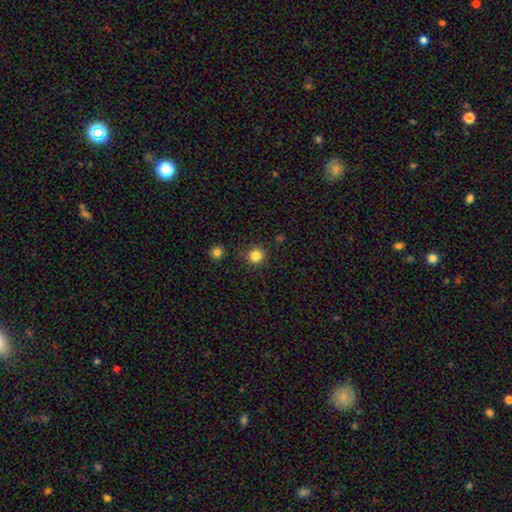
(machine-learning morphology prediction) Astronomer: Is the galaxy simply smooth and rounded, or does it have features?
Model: smooth — 84%.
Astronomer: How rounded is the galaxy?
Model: round — 93%.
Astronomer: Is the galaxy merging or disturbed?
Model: none — 88%.